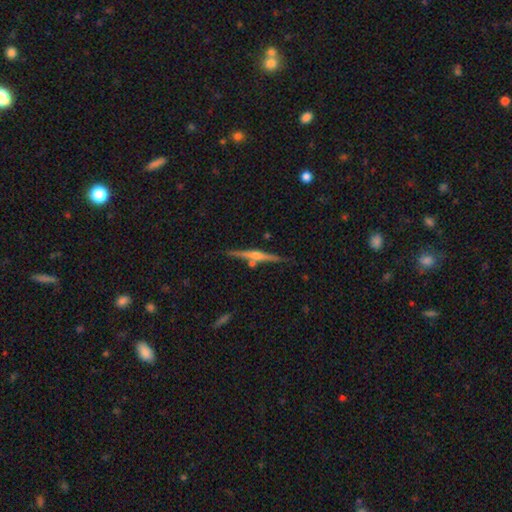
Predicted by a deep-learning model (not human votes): This is likely a featured or disk galaxy (69%). It is clearly viewed edge-on (97%). Edge-on bulge: likely rounded (80%). Merging: likely none (78%).